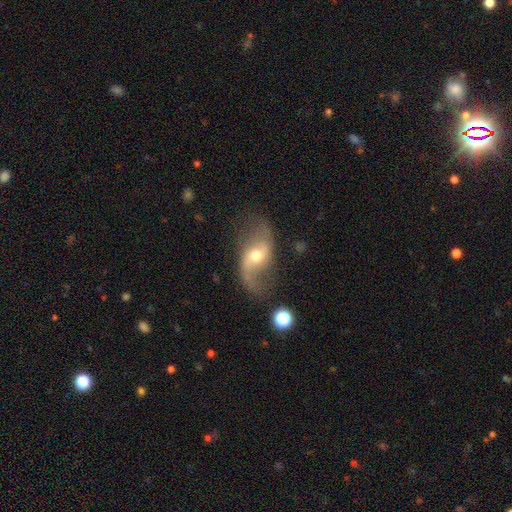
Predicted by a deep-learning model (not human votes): Smooth or featured? Predicted: featured or disk (p=0.78). Edge-on disk? Predicted: no (p=0.95). Bar? Predicted: weak (p=0.42). Spiral arms? Predicted: yes (p=0.91). Spiral winding? Predicted: loose (p=0.78). Spiral arm count? Predicted: 2 (p=0.88). Bulge size? Predicted: moderate (p=0.63). Merging? Predicted: none (p=0.65).